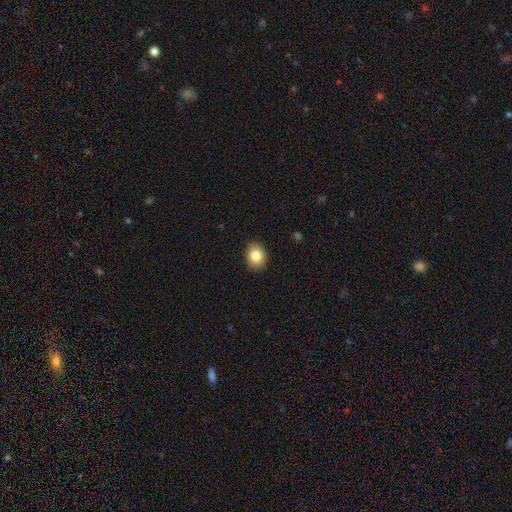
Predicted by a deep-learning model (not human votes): A smooth galaxy with no disk features (83%) that is round (55%). Merging: none (90%).